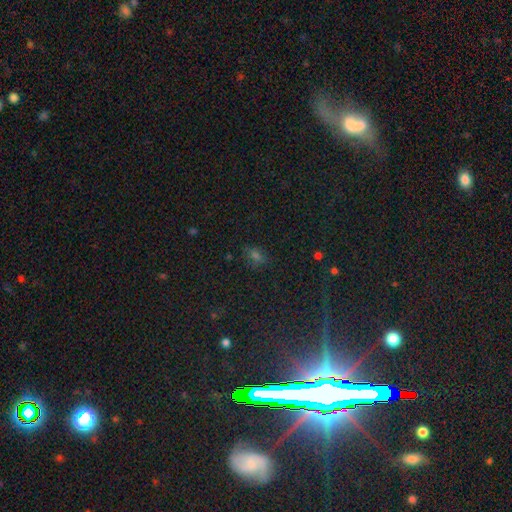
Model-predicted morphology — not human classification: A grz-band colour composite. It shows a star or artifact, not a galaxy (45%).